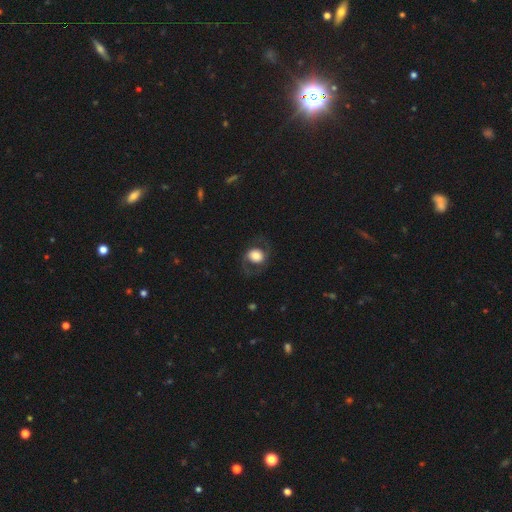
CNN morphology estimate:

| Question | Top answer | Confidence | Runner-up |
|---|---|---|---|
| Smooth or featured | smooth | 48% | featured or disk (44%) |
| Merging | none | 72% | minor disturbance (14%) |